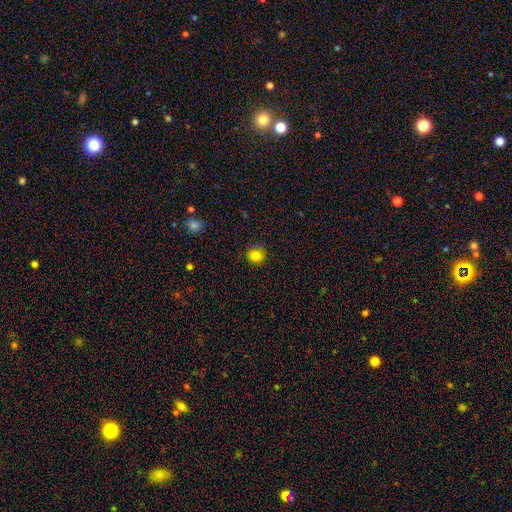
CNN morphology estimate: smooth_or_featured: smooth (p=0.82) [alt: star or artifact p=0.12]
how_rounded: round (p=0.85) [alt: in between p=0.14]
merging: none (p=0.79) [alt: minor disturbance p=0.15]